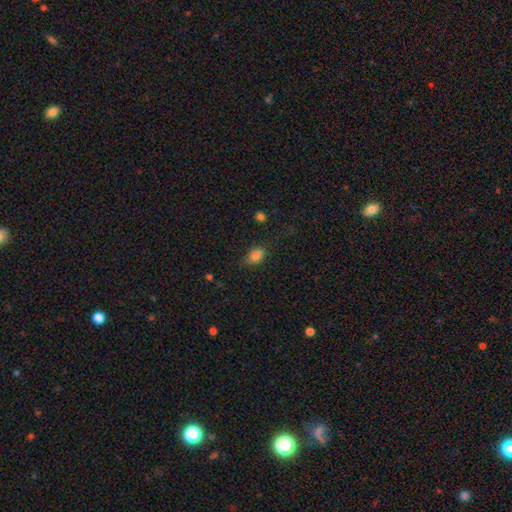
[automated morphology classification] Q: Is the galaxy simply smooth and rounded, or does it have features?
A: smooth — 78%.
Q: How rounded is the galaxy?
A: in between — 74%.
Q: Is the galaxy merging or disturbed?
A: none — 63%.